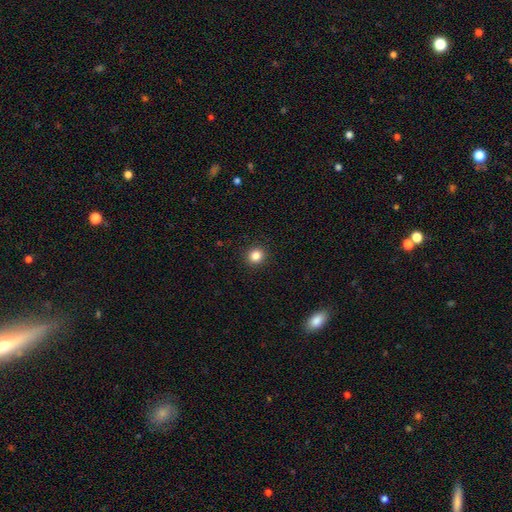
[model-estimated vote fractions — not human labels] Smooth or featured? Predicted: smooth (p=0.85). How rounded? Predicted: round (p=0.86). Merging? Predicted: none (p=0.92).